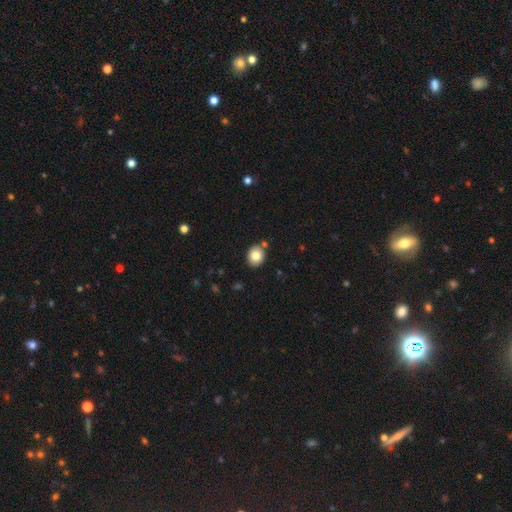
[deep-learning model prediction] Q: Smooth or featured?
A: smooth (81%); runner-up: featured or disk (9%)
Q: How rounded?
A: round (61%); runner-up: in between (38%)
Q: Merging?
A: none (83%); runner-up: minor disturbance (10%)